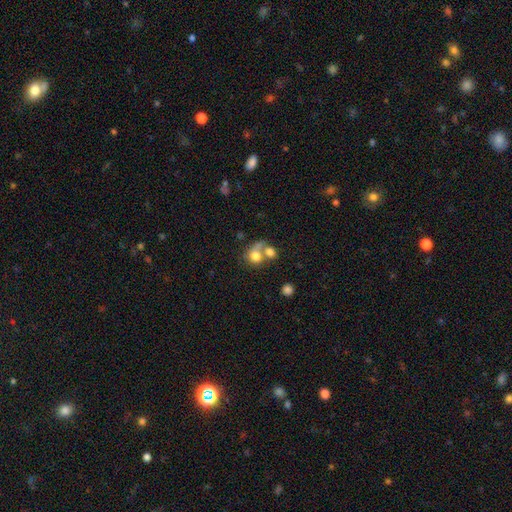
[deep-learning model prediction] This is likely a smooth galaxy (73%). How rounded: likely round (71%). Merging: possibly merger (54%).